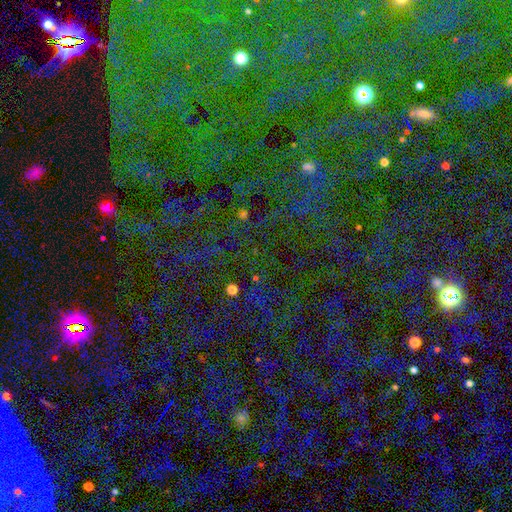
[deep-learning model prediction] smooth-or-featured: star or artifact: 74% | smooth: 17% | featured or disk: 9%